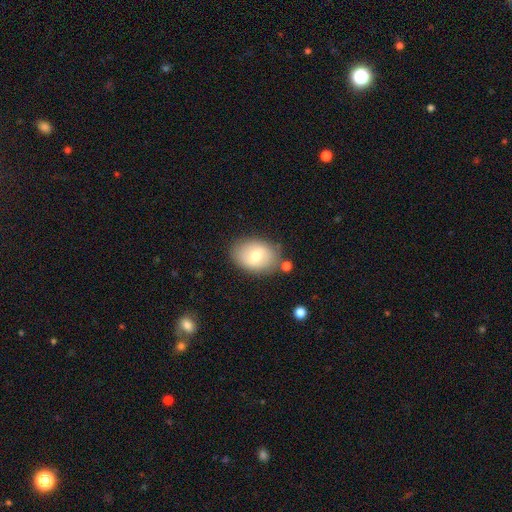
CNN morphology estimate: Smooth or featured?
  - smooth: 65% *
  - featured or disk: 28%
  - star or artifact: 7%
How rounded?
  - in between: 77% *
  - round: 22%
  - cigar-shaped: 1%
Merging?
  - none: 75% *
  - minor disturbance: 15%
  - merger: 5%
  - major disturbance: 4%